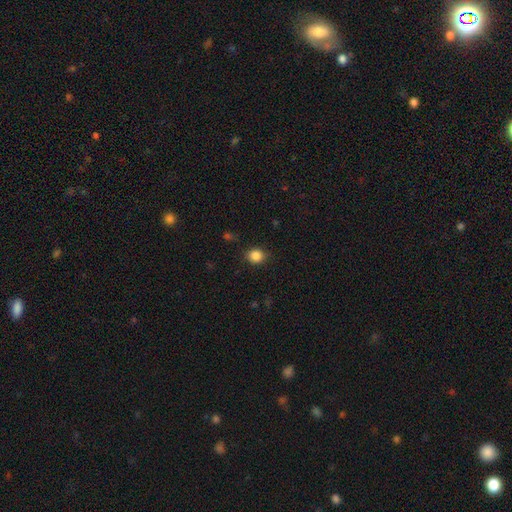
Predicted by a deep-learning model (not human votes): A smooth galaxy with no disk features (86%) that is round (72%).

Vote fractions:
- Smooth or featured? smooth: 86% / star or artifact: 10% / featured or disk: 4%
- How rounded? round: 72% / in between: 27% / cigar-shaped: 1%
- Merging? none: 84% / minor disturbance: 12% / major disturbance: 3% / merger: 1%